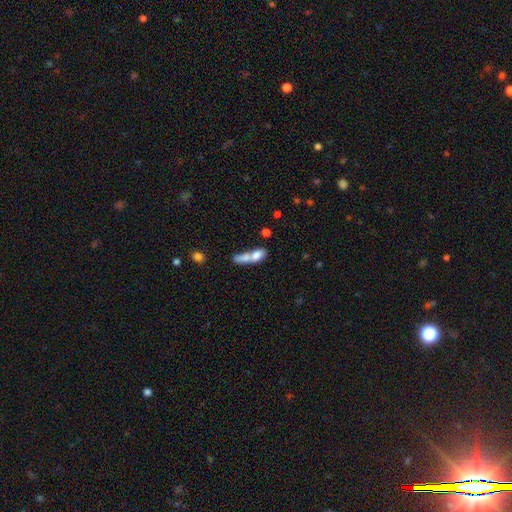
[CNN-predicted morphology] This appears to be a smooth galaxy with no disk features (69%) that is in between round and cigar-shaped (59%). Merging: merger (65%).